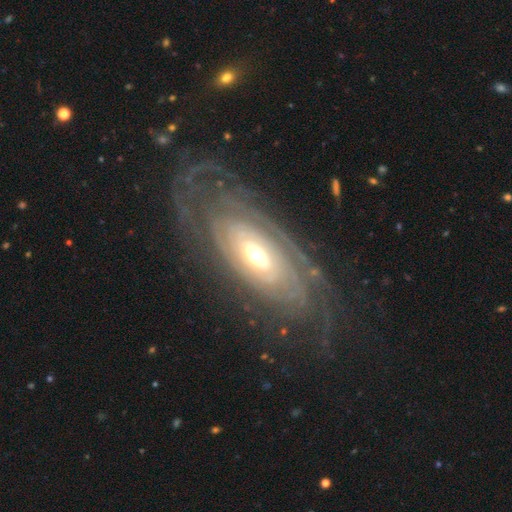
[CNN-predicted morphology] Overall: featured or disk (86%). Edge-on disk: no (90%). Bar: no (59%; weak 26%). Spiral arms: yes (90%). Spiral arm count: can't tell (46%; 2 15%). Spiral winding: tight (77%). Bulge size: moderate (59%; small 29%). Merging: none (73%).